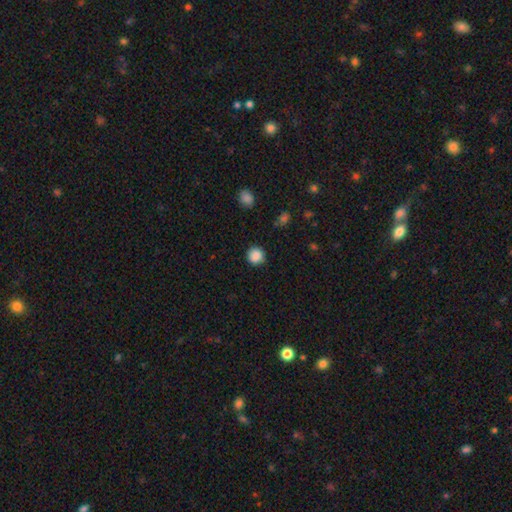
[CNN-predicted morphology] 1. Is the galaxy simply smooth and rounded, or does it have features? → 87% smooth, 10% star or artifact, 3% featured or disk.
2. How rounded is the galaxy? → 92% round, 7% in between, 1% cigar-shaped.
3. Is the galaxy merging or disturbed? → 87% none, 9% minor disturbance, 3% major disturbance, 1% merger.